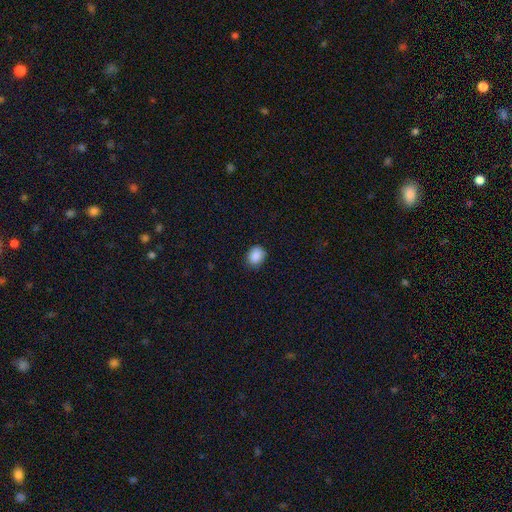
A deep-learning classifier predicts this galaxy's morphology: Overall: smooth (89%). How rounded: round (50%; in between 49%). Merging: none (85%).